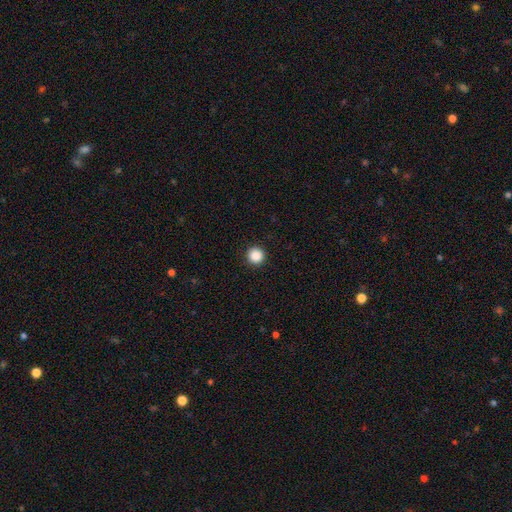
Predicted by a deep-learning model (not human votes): The model was most divided on "smooth or featured": smooth: 88%, star or artifact: 9%, featured or disk: 2%. More confident: how rounded — round (96%); merging — none (93%).